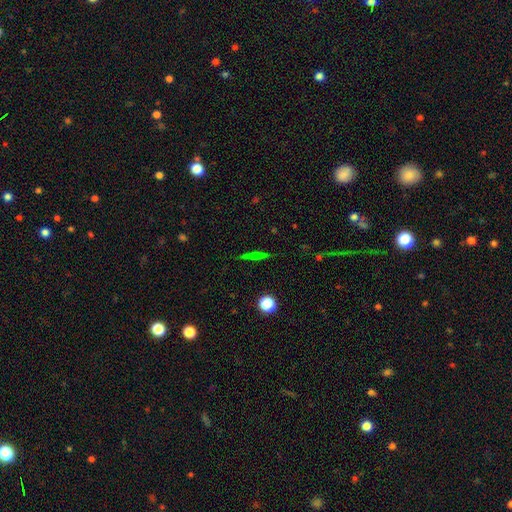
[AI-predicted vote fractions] Smooth or featured: featured or disk — 44% (smooth — 34%)
Merging: none — 89% (minor disturbance — 7%)